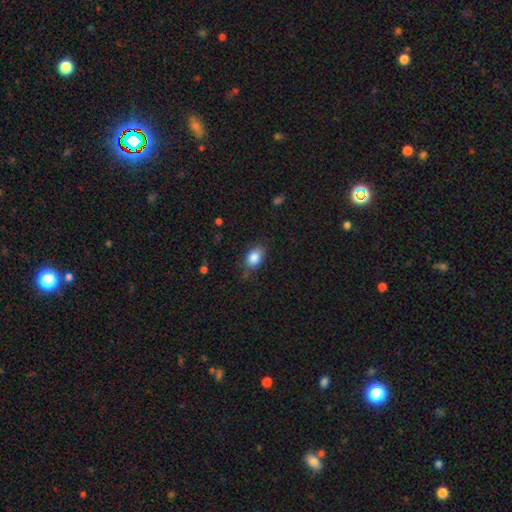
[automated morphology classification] Smooth or featured?
  - smooth: 85% *
  - star or artifact: 8%
  - featured or disk: 6%
How rounded?
  - in between: 81% *
  - round: 17%
  - cigar-shaped: 2%
Merging?
  - none: 74% *
  - minor disturbance: 20%
  - major disturbance: 5%
  - merger: 2%